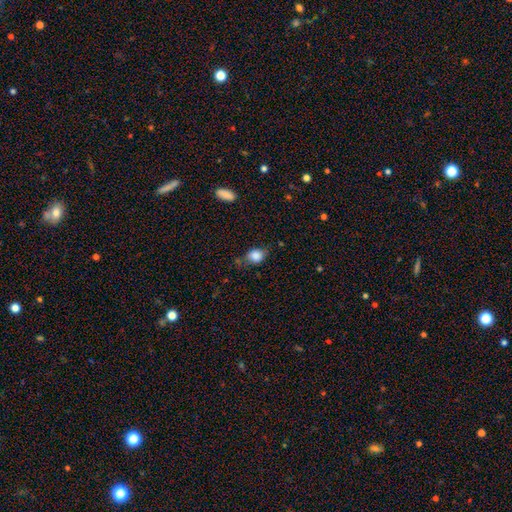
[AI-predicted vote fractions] A smooth galaxy with no disk features (84%) that is in between round and cigar-shaped (52%). Merging: none (60%).